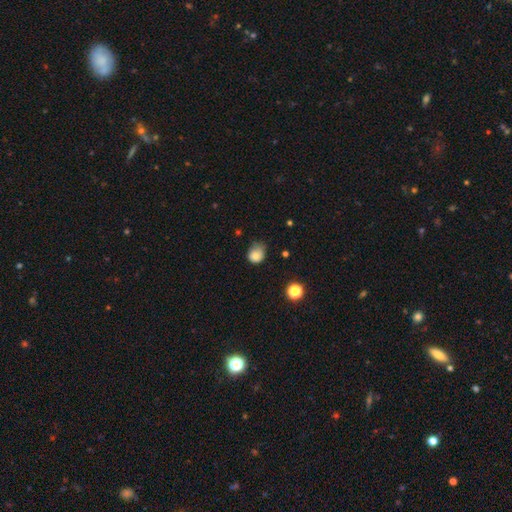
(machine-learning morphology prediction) This is clearly a smooth galaxy (80%). How rounded: likely round (65%). Merging: marginally minor disturbance (42%).